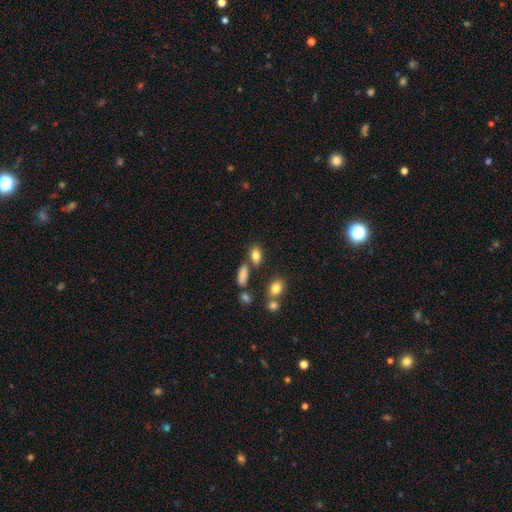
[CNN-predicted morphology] smooth-or-featured: smooth: 82% | star or artifact: 10% | featured or disk: 8%
  how-rounded: in between: 82% | round: 13% | cigar-shaped: 5%
  merging: none: 69% | merger: 14% | minor disturbance: 13% | major disturbance: 4%